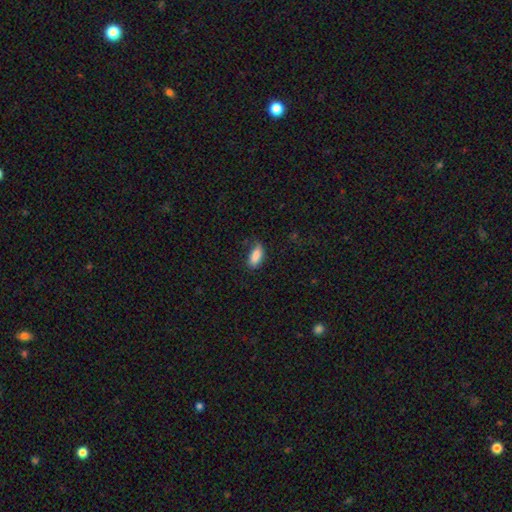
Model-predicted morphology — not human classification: Smooth or featured? smooth (87%)
How rounded? in between (86%)
Merging? none (65%)